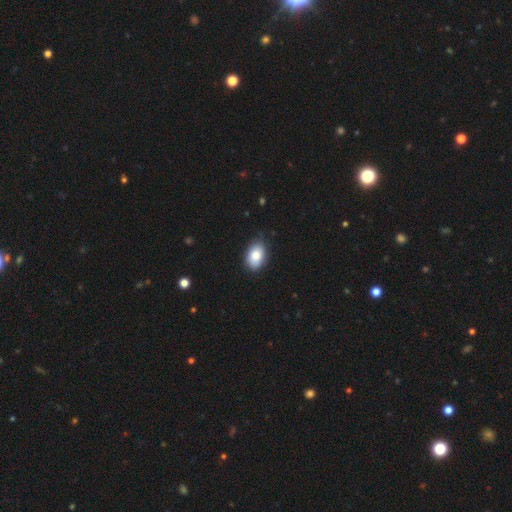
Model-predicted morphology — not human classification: Overall: smooth (85%). How rounded: in between (89%). Merging: none (82%).